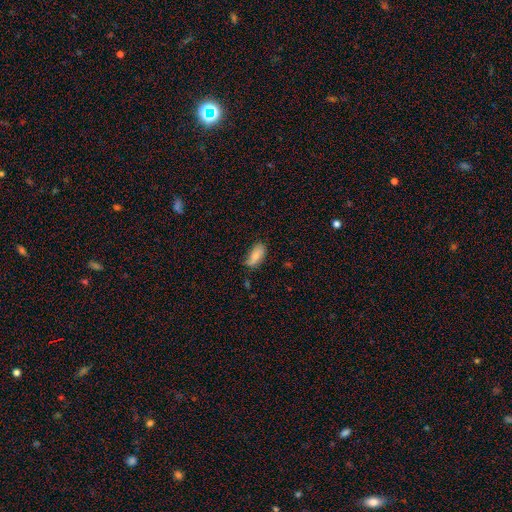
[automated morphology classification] A smooth galaxy with no disk features (72%) that is in between round and cigar-shaped (91%). Merging: none (55%).